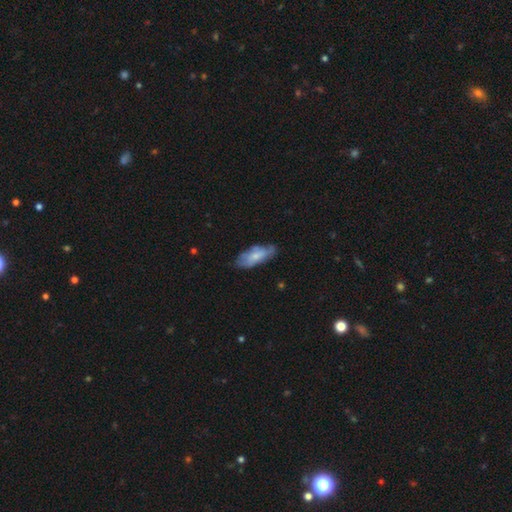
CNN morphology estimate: Smooth or featured: smooth — 64% (featured or disk — 29%)
How rounded: in between — 75% (cigar-shaped — 23%)
Merging: none — 62% (minor disturbance — 28%)